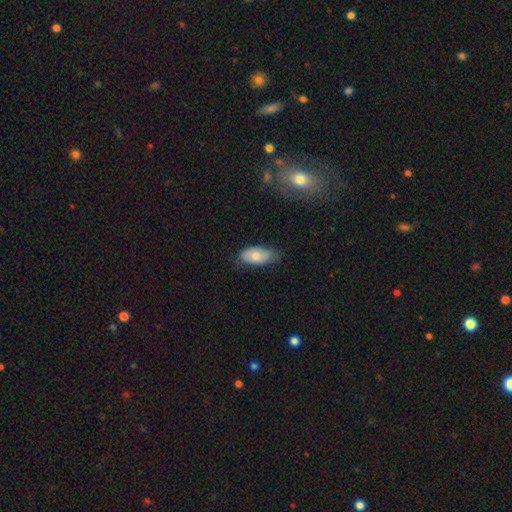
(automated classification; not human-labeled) A smooth galaxy with no disk features (75%) that is in between round and cigar-shaped (92%). Merging: none (63%).